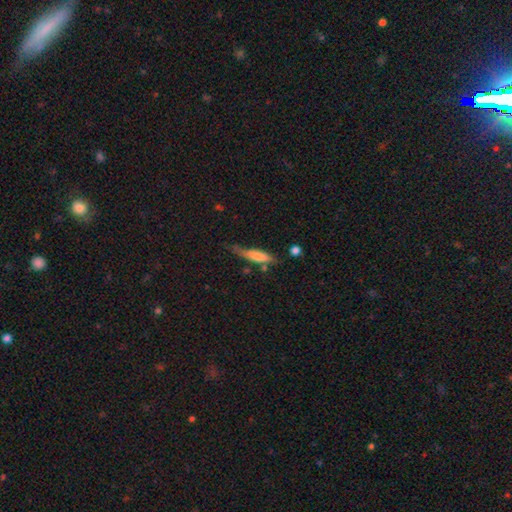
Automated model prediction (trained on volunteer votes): A smooth galaxy with no disk features (65%) that is cigar-shaped (75%).

Vote fractions:
- Smooth or featured? smooth: 65% / featured or disk: 28% / star or artifact: 7%
- How rounded? cigar-shaped: 75% / in between: 23% / round: 2%
- Merging? none: 50% / minor disturbance: 32% / major disturbance: 11% / merger: 7%